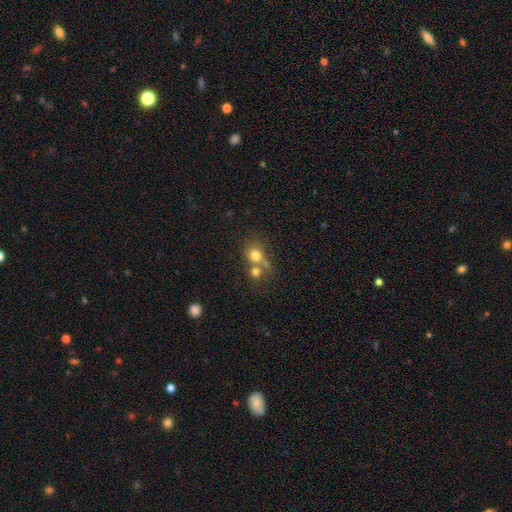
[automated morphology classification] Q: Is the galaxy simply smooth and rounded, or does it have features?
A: smooth — 74%.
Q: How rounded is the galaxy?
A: round — 78%.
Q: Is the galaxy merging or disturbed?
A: merger — 50%.